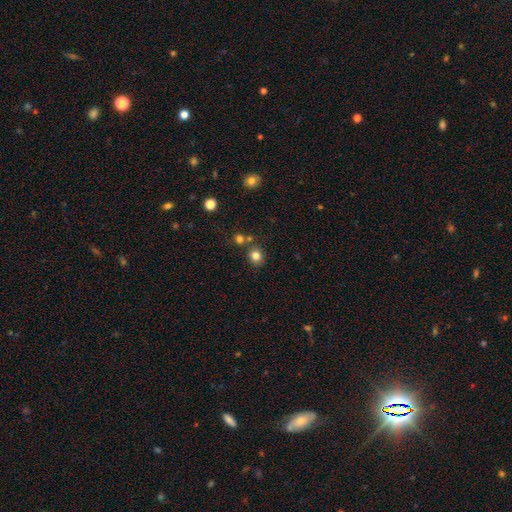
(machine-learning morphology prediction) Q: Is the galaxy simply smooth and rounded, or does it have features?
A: smooth — 81%.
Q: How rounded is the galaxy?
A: round — 84%.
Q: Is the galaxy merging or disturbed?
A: none — 75%.